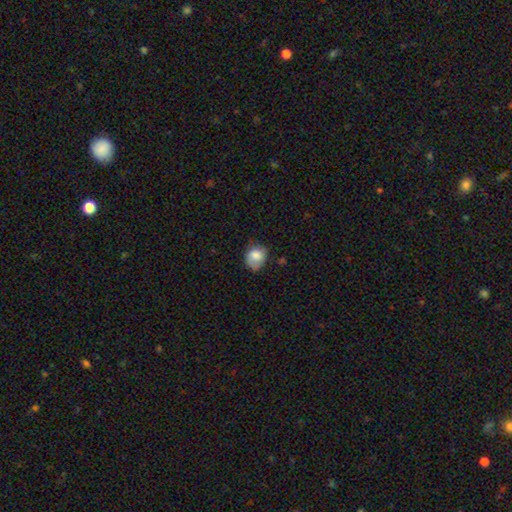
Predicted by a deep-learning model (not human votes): This appears to be a smooth galaxy with no disk features (80%) that is round (62%). Merging: none (50%).